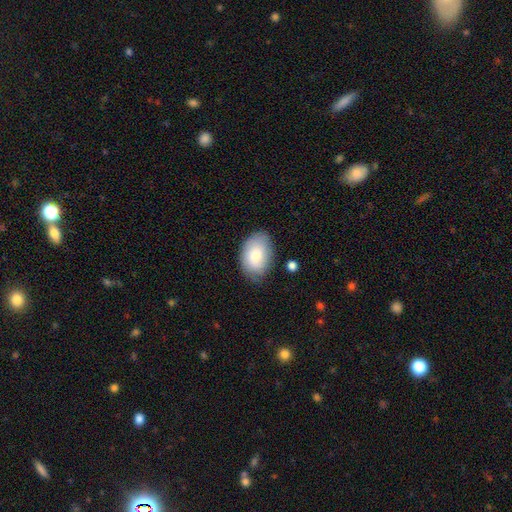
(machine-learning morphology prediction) Q: Smooth or featured?
A: smooth (80%); runner-up: featured or disk (14%)
Q: How rounded?
A: in between (89%); runner-up: round (10%)
Q: Merging?
A: none (73%); runner-up: minor disturbance (21%)